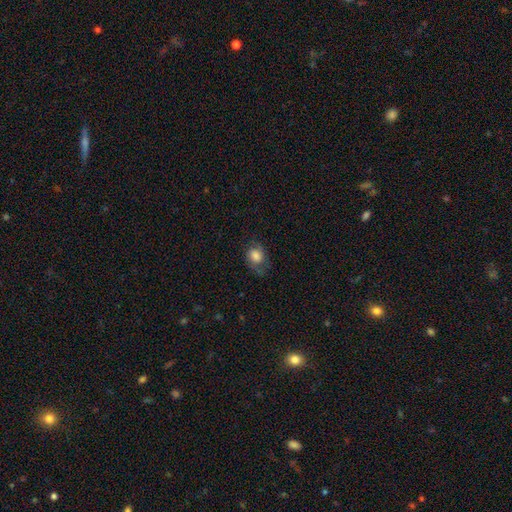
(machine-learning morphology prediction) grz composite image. It shows a smooth galaxy with no disk features (76%) that is in between round and cigar-shaped (51%). Merging: none (57%).